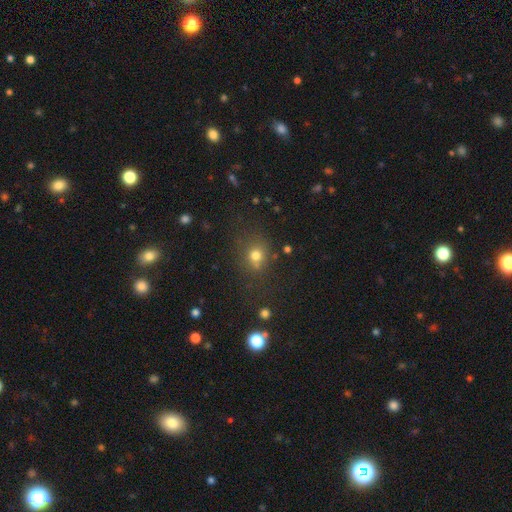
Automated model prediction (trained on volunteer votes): Smooth or featured? Predicted: smooth (p=0.72). How rounded? Predicted: round (p=0.78). Merging? Predicted: none (p=0.68).